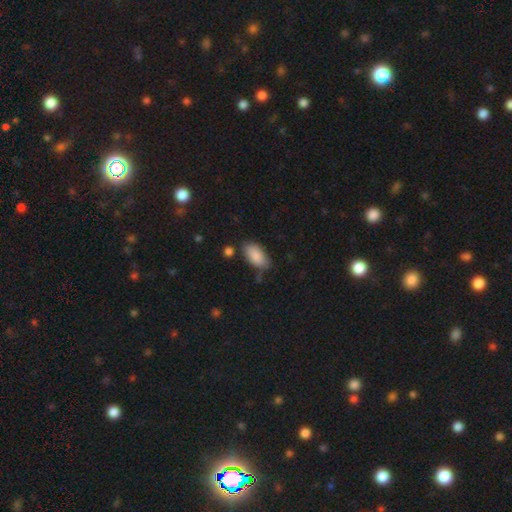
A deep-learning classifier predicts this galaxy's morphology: This appears to be a smooth galaxy with no disk features (87%) that is in between round and cigar-shaped (93%). Merging: none (72%).